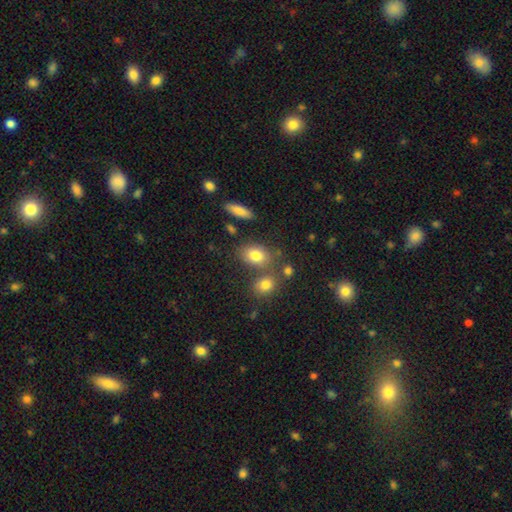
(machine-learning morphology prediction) smooth-or-featured: smooth: 79% | star or artifact: 11% | featured or disk: 10%
  how-rounded: in between: 73% | round: 25% | cigar-shaped: 2%
  merging: none: 66% | merger: 16% | minor disturbance: 13% | major disturbance: 5%